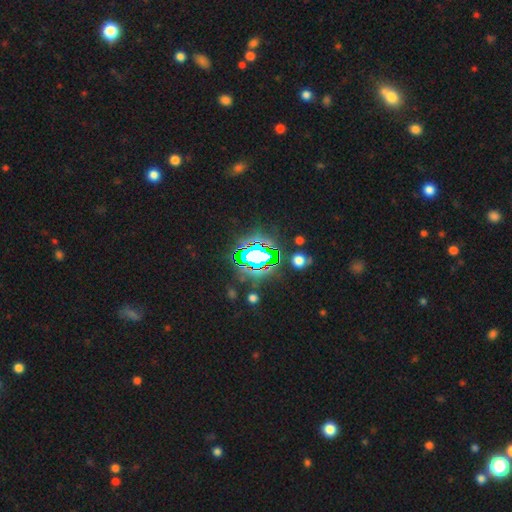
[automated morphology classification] Q: Smooth or featured?
A: star or artifact (73%); runner-up: smooth (15%)